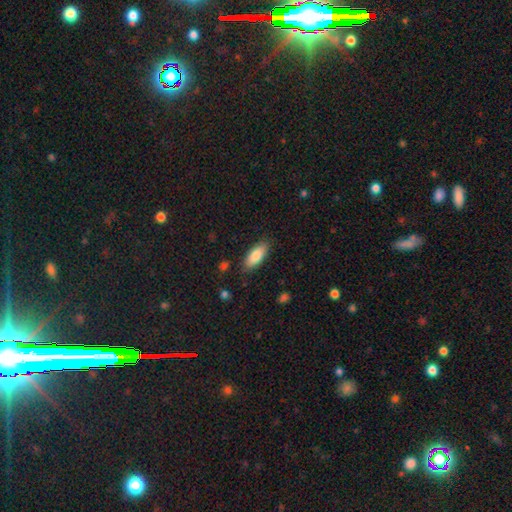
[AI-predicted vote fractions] Q: Smooth or featured?
A: smooth (83%); runner-up: featured or disk (11%)
Q: How rounded?
A: in between (82%); runner-up: cigar-shaped (16%)
Q: Merging?
A: none (85%); runner-up: minor disturbance (11%)